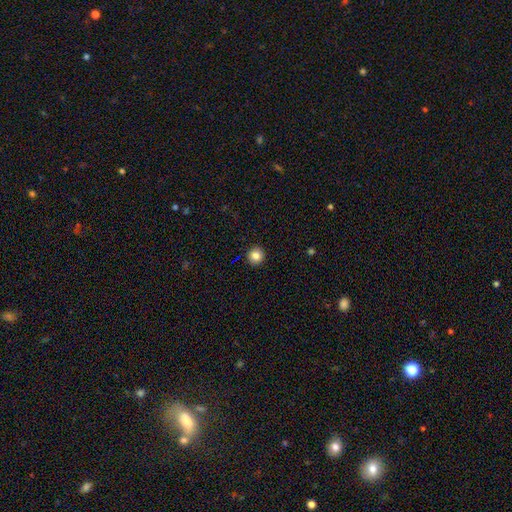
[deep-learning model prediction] This appears to be a smooth galaxy with no disk features (84%) that is round (95%). Merging: none (93%).